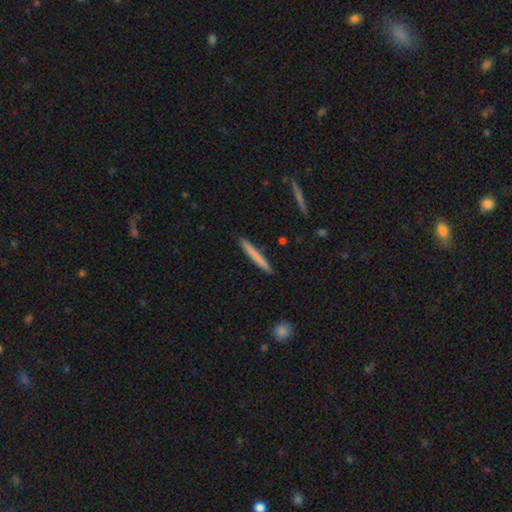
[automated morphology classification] Q: Smooth or featured?
A: smooth (72%); runner-up: featured or disk (23%)
Q: How rounded?
A: cigar-shaped (97%); runner-up: in between (2%)
Q: Merging?
A: none (90%); runner-up: minor disturbance (7%)